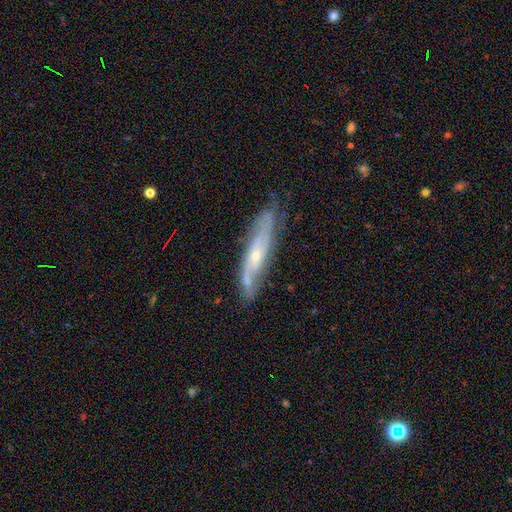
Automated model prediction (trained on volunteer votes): Smooth or featured? Predicted: featured or disk (p=0.75). Edge-on disk? Predicted: no (p=0.59). Merging? Predicted: none (p=0.71).